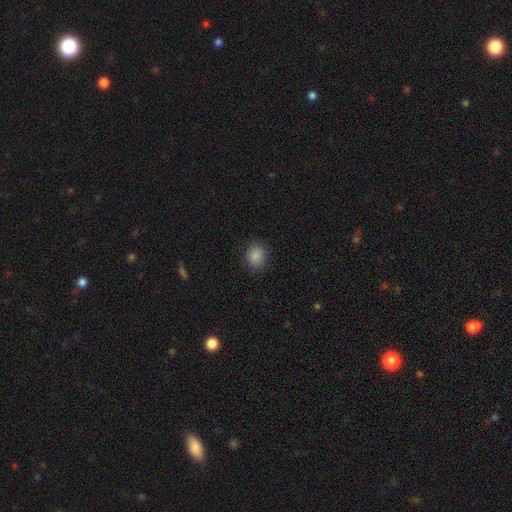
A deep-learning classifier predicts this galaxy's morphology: A smooth galaxy with no disk features (87%) that is round (58%). Merging: none (88%).